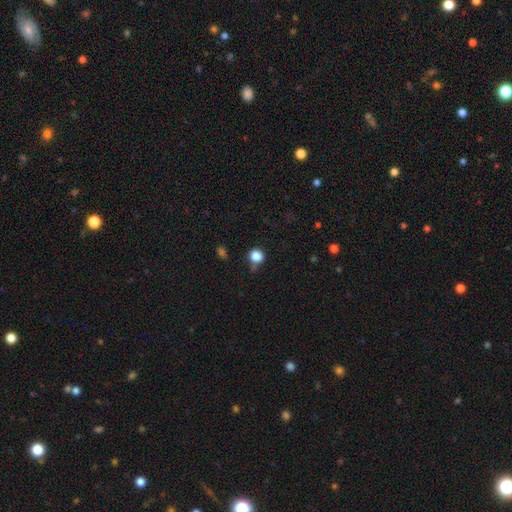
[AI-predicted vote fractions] Smooth or featured? smooth (85%)
How rounded? round (85%)
Merging? none (66%)